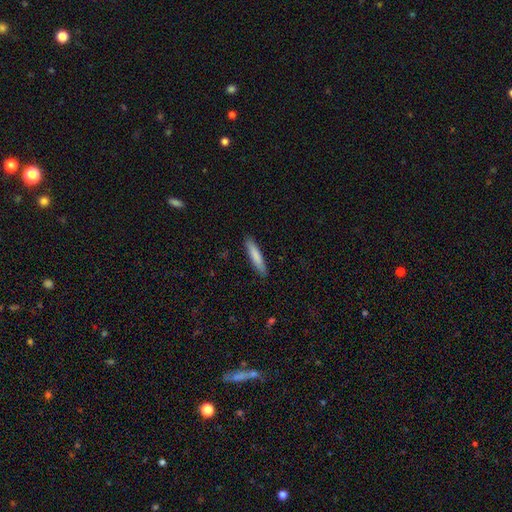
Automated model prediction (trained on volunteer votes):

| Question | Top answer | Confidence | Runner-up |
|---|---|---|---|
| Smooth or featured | smooth | 82% | featured or disk (12%) |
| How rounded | cigar-shaped | 87% | in between (11%) |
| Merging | none | 89% | minor disturbance (8%) |